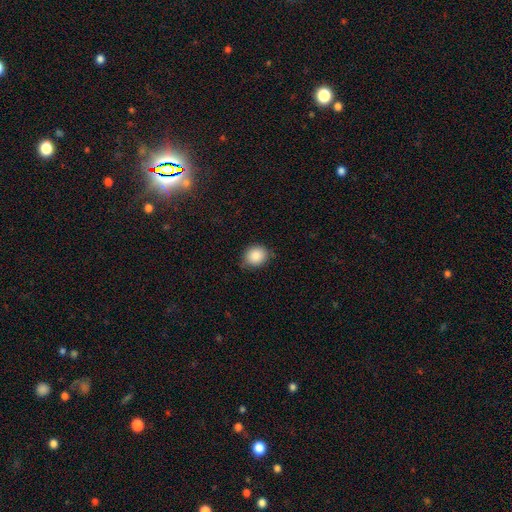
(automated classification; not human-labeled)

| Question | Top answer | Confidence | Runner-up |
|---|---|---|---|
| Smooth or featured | smooth | 87% | star or artifact (8%) |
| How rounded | round | 69% | in between (30%) |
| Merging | none | 77% | minor disturbance (18%) |